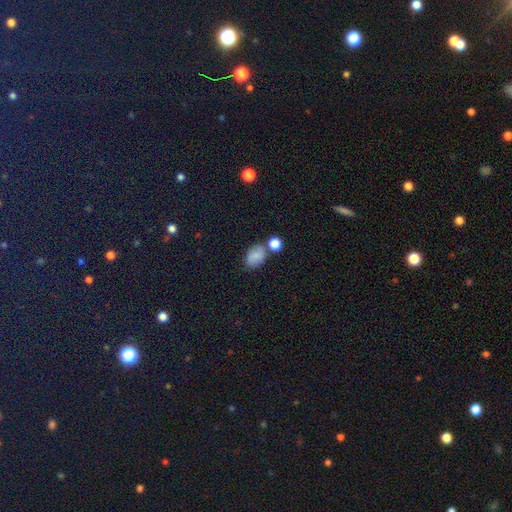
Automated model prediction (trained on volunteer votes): Smooth or featured? smooth (81%)
How rounded? in between (80%)
Merging? none (59%)